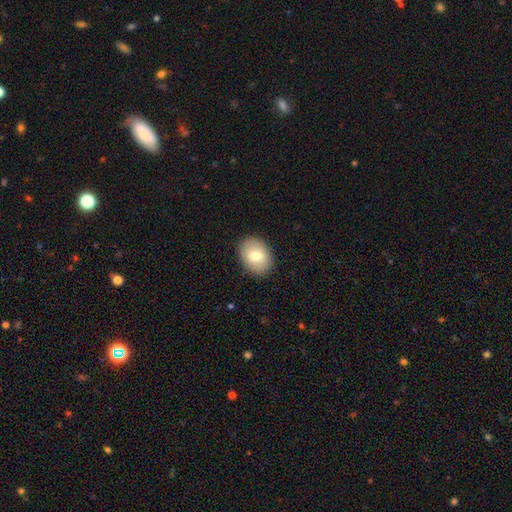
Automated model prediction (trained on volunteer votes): A smooth galaxy with no disk features (76%) that is in between round and cigar-shaped (67%).

Vote fractions:
- Smooth or featured? smooth: 76% / featured or disk: 16% / star or artifact: 8%
- How rounded? in between: 67% / round: 33% / cigar-shaped: 1%
- Merging? none: 89% / minor disturbance: 8% / major disturbance: 2% / merger: 1%